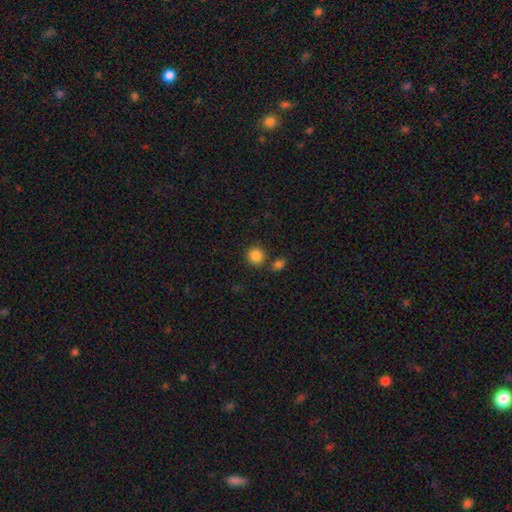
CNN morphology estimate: Smooth or featured?
  - smooth: 86% *
  - star or artifact: 10%
  - featured or disk: 4%
How rounded?
  - round: 90% *
  - in between: 9%
  - cigar-shaped: 1%
Merging?
  - none: 77% *
  - merger: 12%
  - minor disturbance: 8%
  - major disturbance: 3%